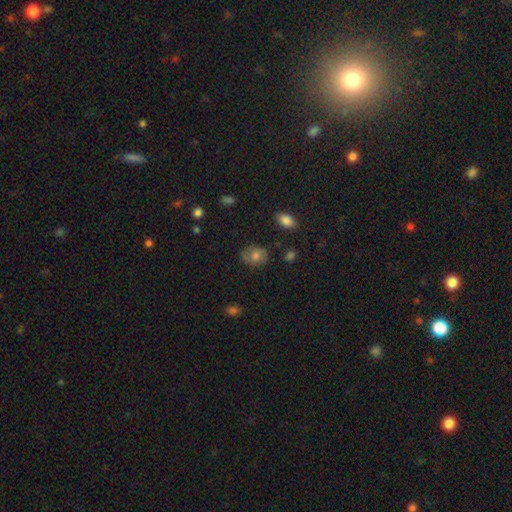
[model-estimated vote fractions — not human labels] Overall: smooth (66%). How rounded: in between (56%; round 42%). Merging: none (73%).